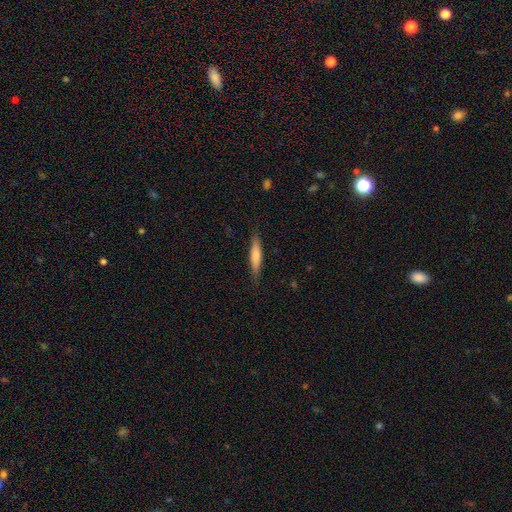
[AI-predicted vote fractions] smooth-or-featured: smooth: 69% | featured or disk: 25% | star or artifact: 6%
  how-rounded: cigar-shaped: 85% | in between: 14% | round: 1%
  merging: none: 87% | minor disturbance: 10% | major disturbance: 2% | merger: 1%